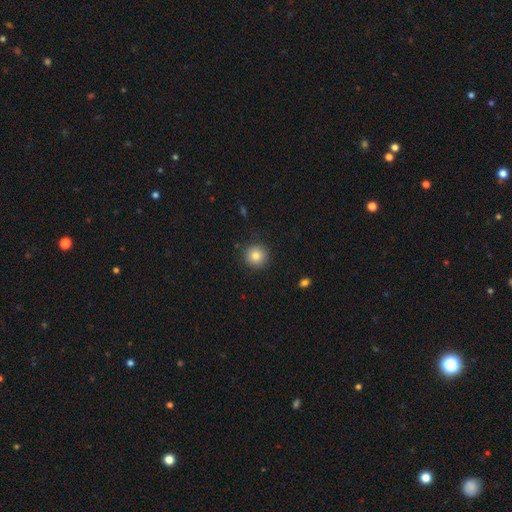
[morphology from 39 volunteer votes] smooth 90%, featured or disk 5%, star or artifact 5%. Down the decision tree: how rounded — round (97%); merging — none (89%).